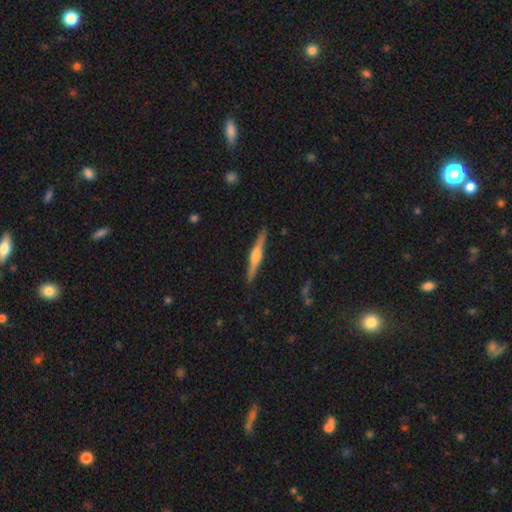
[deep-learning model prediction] Morphology: type=featured or disk (72%); edge-on=yes (98%); edge-on bulge=rounded (79%); merging=none (90%).